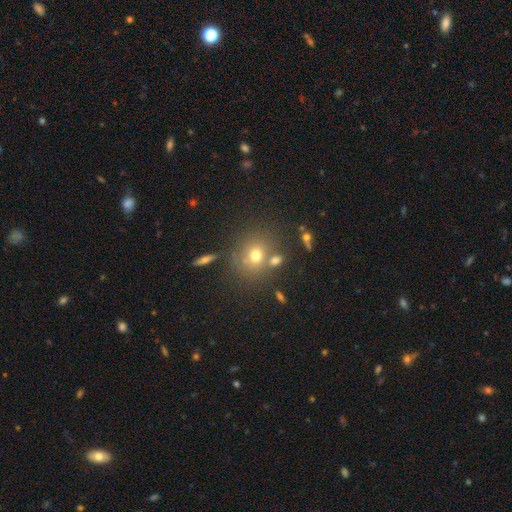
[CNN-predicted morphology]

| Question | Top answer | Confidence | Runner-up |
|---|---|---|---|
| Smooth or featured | smooth | 68% | star or artifact (17%) |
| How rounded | round | 70% | in between (29%) |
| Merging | none | 69% | merger (15%) |